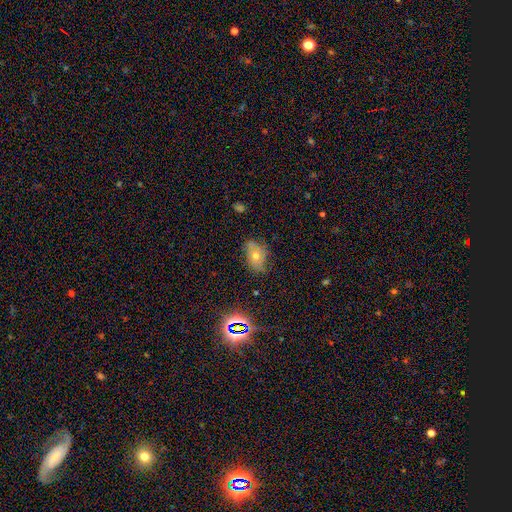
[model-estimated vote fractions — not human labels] smooth_or_featured: smooth (p=0.40) [alt: featured or disk p=0.32]
merging: none (p=0.66) [alt: minor disturbance p=0.25]